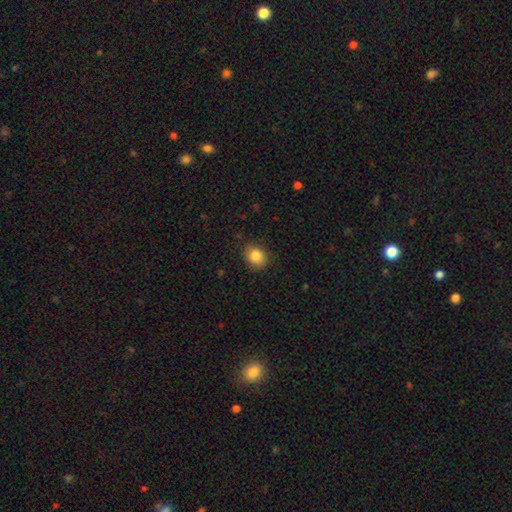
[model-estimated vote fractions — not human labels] Overall: smooth (85%). How rounded: round (63%; in between 36%). Merging: none (86%).